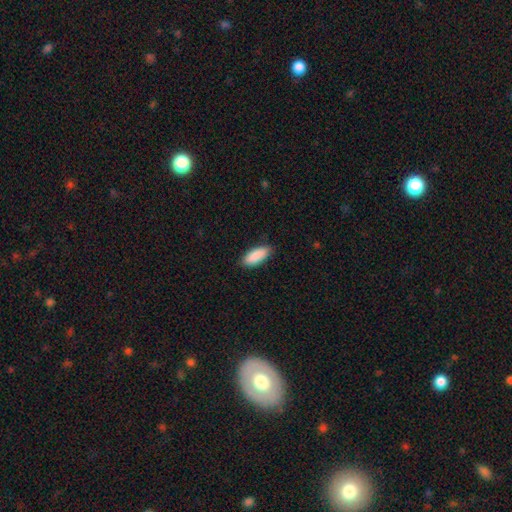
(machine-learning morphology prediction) Q: Smooth or featured?
A: smooth (90%); runner-up: star or artifact (6%)
Q: How rounded?
A: in between (79%); runner-up: cigar-shaped (19%)
Q: Merging?
A: none (86%); runner-up: minor disturbance (11%)